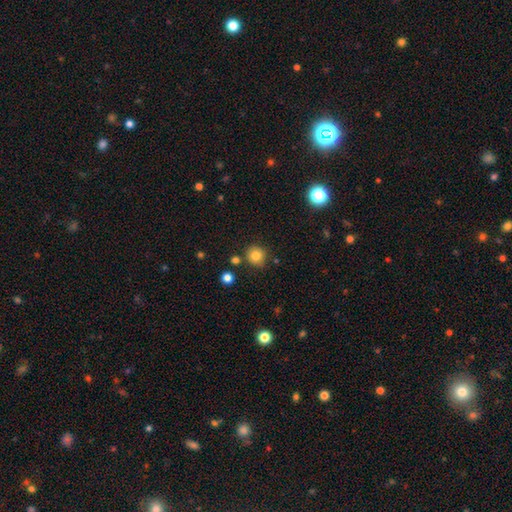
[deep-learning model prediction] Smooth or featured: smooth — 81% (star or artifact — 12%)
How rounded: round — 92% (in between — 7%)
Merging: none — 84% (minor disturbance — 9%)